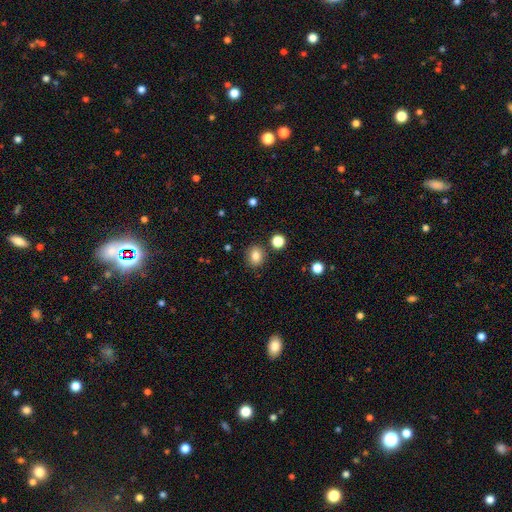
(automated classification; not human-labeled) Smooth or featured? smooth (82%)
How rounded? round (65%)
Merging? none (86%)